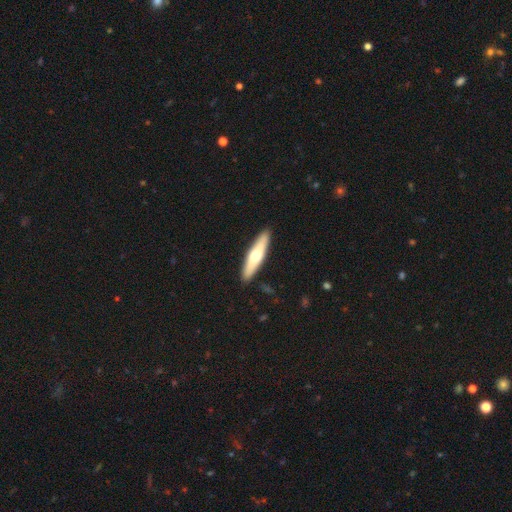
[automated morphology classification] A smooth galaxy with no disk features (57%) that is cigar-shaped (77%). Merging: none (90%).